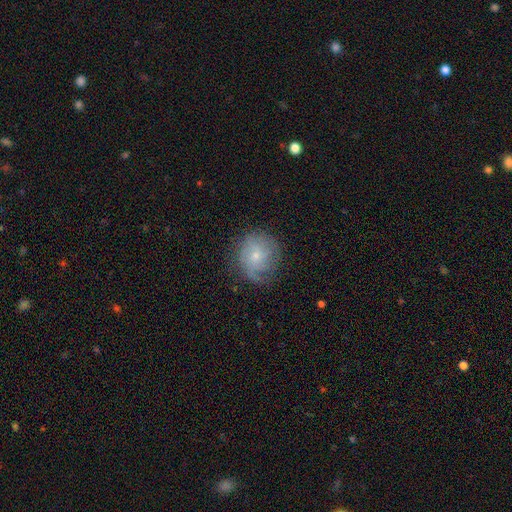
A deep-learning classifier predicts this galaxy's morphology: A featured or disk galaxy (53%) with no bar (76%), spiral arms (83%) and a small central bulge (69%).

Vote fractions:
- Smooth or featured? featured or disk: 53% / smooth: 38% / star or artifact: 9%
- Edge-on disk? no: 97% / yes: 3%
- Bar? no: 76% / weak: 21% / strong: 3%
- Spiral arms? yes: 83% / no: 17%
- Bulge size? small: 69% / moderate: 25% / none: 3% / large: 1% / dominant: 1%
- Merging? none: 66% / minor disturbance: 22% / major disturbance: 11% / merger: 1%